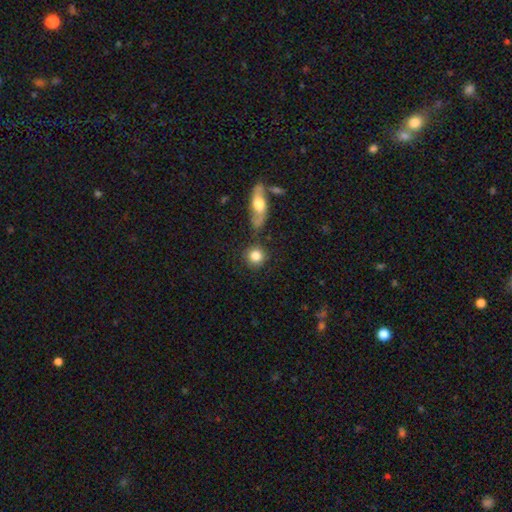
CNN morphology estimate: smooth_or_featured: smooth (p=0.82) [alt: featured or disk p=0.10]
how_rounded: round (p=0.89) [alt: in between p=0.09]
merging: none (p=0.74) [alt: merger p=0.12]